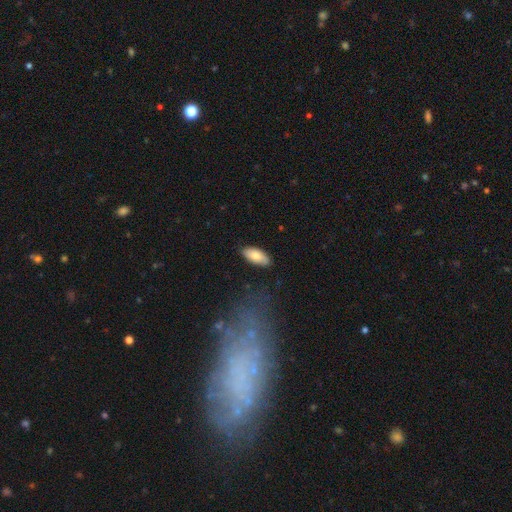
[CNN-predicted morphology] smooth-or-featured: smooth: 80% | featured or disk: 14% | star or artifact: 6%
  how-rounded: in between: 88% | cigar-shaped: 10% | round: 2%
  merging: none: 85% | minor disturbance: 11% | major disturbance: 2% | merger: 1%